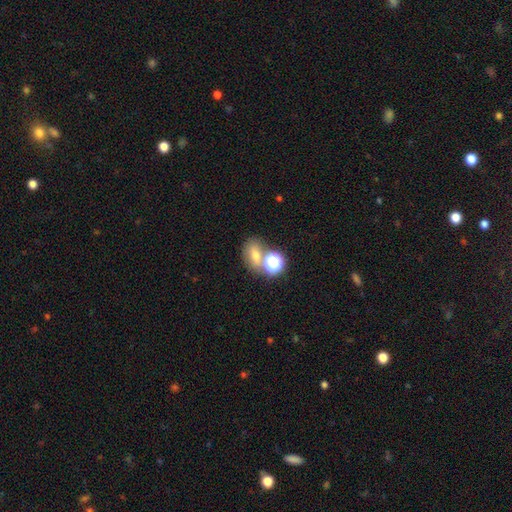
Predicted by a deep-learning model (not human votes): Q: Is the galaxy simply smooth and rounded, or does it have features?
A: smooth — 64%.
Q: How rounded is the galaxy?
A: in between — 62%.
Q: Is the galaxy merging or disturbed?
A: none — 47%.